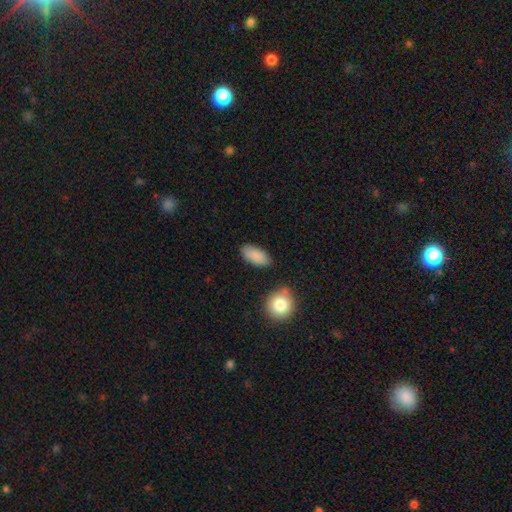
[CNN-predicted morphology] Q: Smooth or featured?
A: smooth (87%); runner-up: featured or disk (7%)
Q: How rounded?
A: in between (91%); runner-up: cigar-shaped (6%)
Q: Merging?
A: none (80%); runner-up: minor disturbance (13%)